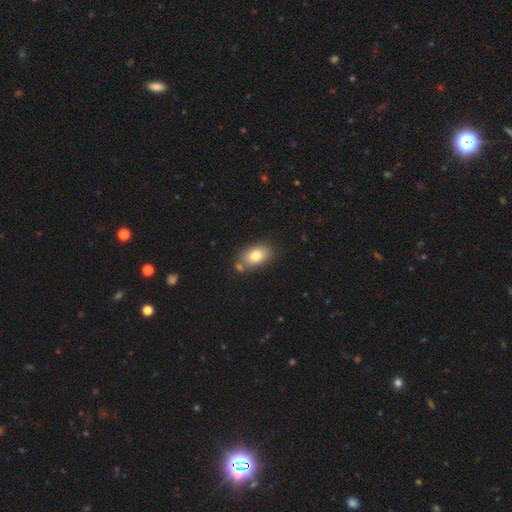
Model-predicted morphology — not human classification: smooth_or_featured: smooth (p=0.80) [alt: featured or disk p=0.12]
how_rounded: in between (p=0.88) [alt: round p=0.10]
merging: none (p=0.71) [alt: minor disturbance p=0.13]